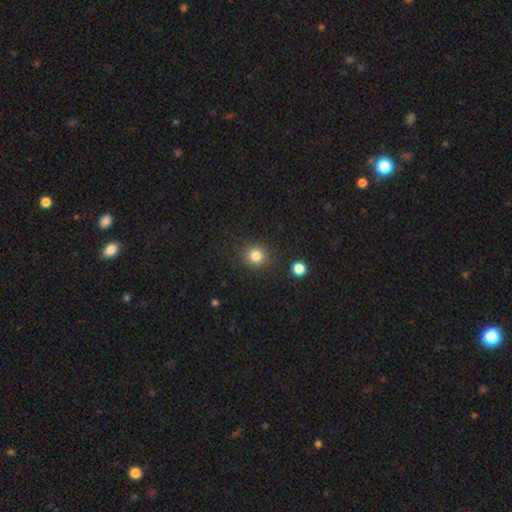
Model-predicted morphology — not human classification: Smooth or featured? smooth (82%)
How rounded? round (88%)
Merging? none (88%)